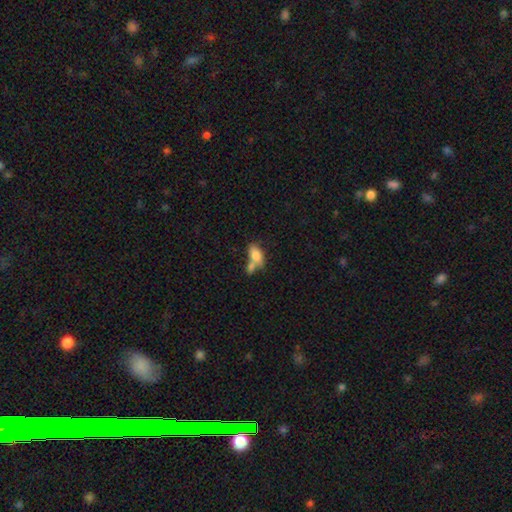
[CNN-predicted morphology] Overall: smooth (76%). How rounded: in between (87%). Merging: merger (50%; none 30%).